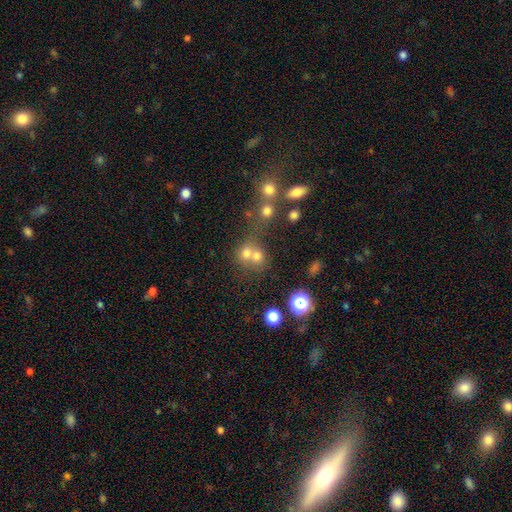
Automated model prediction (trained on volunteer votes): Q: Smooth or featured?
A: smooth (63%); runner-up: star or artifact (21%)
Q: How rounded?
A: round (78%); runner-up: in between (20%)
Q: Merging?
A: merger (51%); runner-up: none (37%)